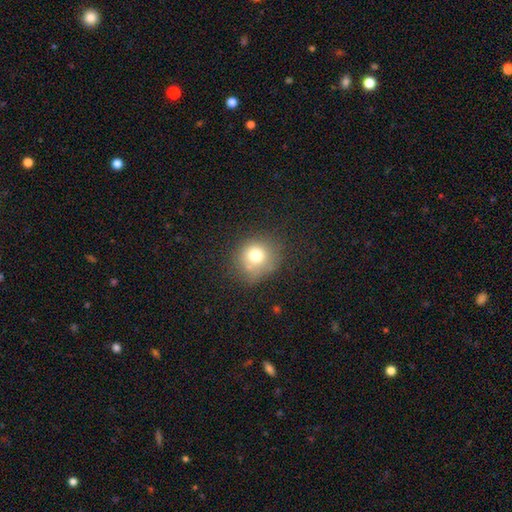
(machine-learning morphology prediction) This appears to be a smooth galaxy with no disk features (73%) that is round (85%). Merging: none (67%).